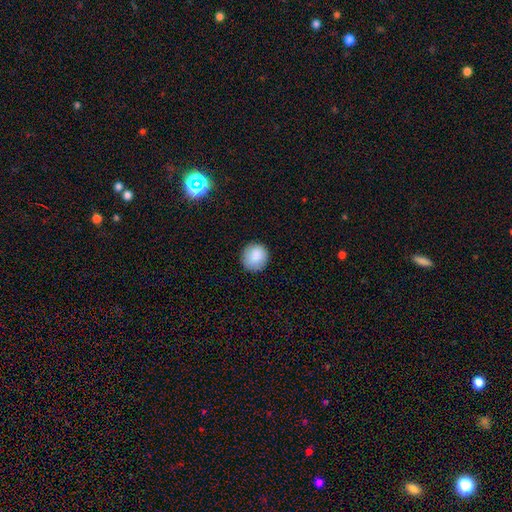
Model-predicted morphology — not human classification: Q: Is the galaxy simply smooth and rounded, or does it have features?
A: smooth — 88%.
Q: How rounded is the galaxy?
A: round — 89%.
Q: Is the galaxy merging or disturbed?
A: none — 88%.